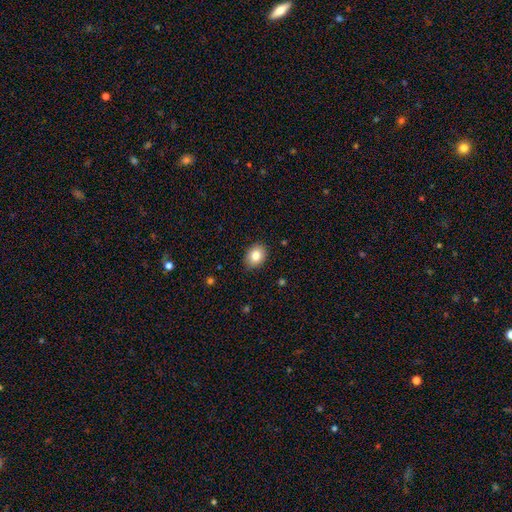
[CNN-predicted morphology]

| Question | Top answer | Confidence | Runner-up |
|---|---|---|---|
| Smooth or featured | smooth | 83% | star or artifact (9%) |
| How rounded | in between | 60% | round (39%) |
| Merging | none | 87% | minor disturbance (10%) |